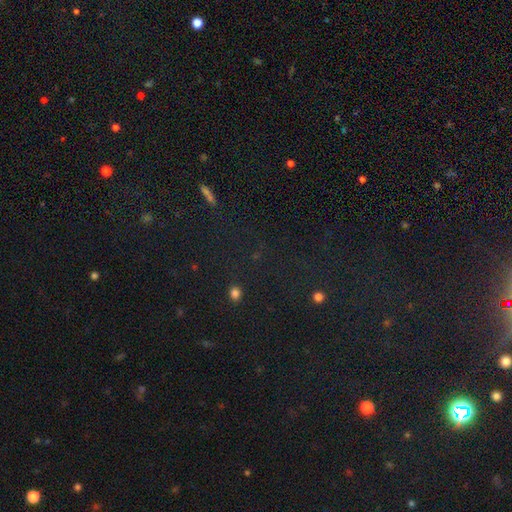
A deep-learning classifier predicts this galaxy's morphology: type=star or artifact (72%).